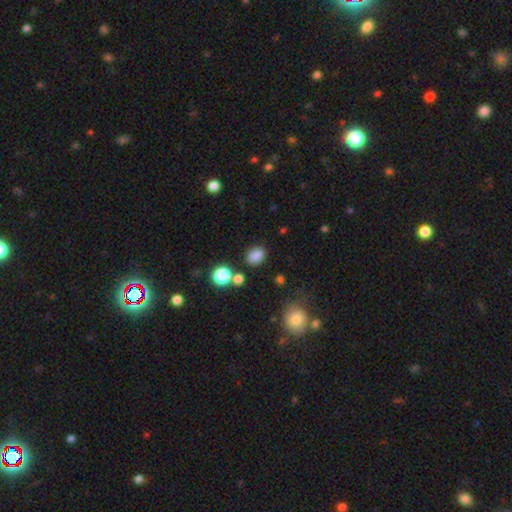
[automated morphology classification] Smooth or featured: smooth — 82% (star or artifact — 13%)
How rounded: in between — 63% (round — 36%)
Merging: none — 78% (minor disturbance — 12%)